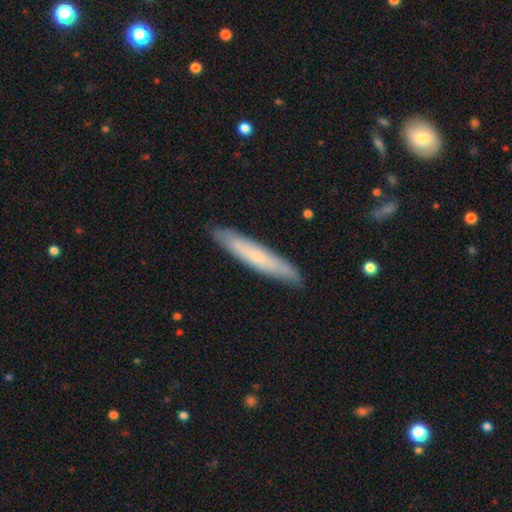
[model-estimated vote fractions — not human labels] Overall: smooth (51%; featured or disk 43%). How rounded: cigar-shaped (91%). Merging: none (87%).